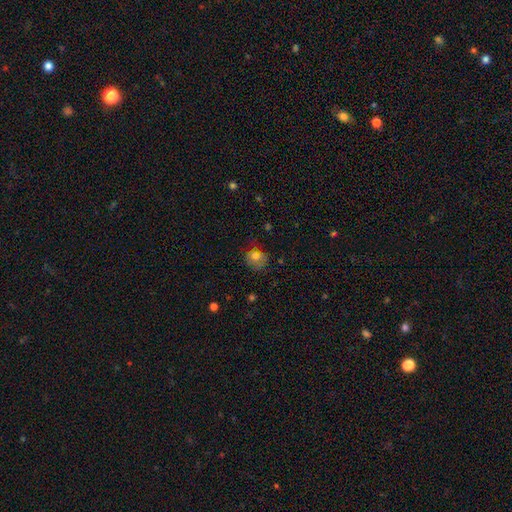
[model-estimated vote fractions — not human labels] smooth_or_featured: smooth (p=0.71) [alt: featured or disk p=0.18]
how_rounded: round (p=0.64) [alt: in between p=0.35]
merging: none (p=0.49) [alt: minor disturbance p=0.29]